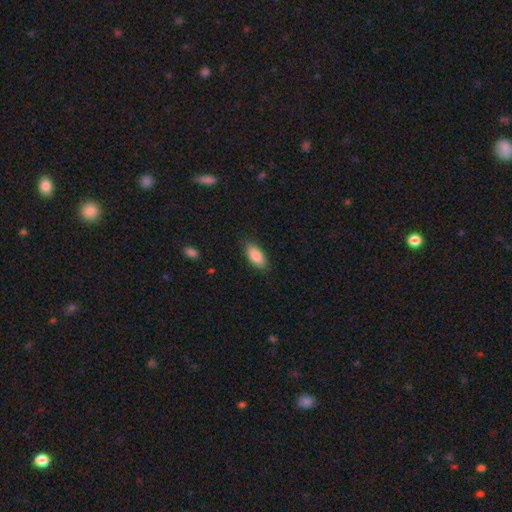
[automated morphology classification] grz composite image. It shows a smooth galaxy with no disk features (87%) that is in between round and cigar-shaped (88%). Merging: none (84%).